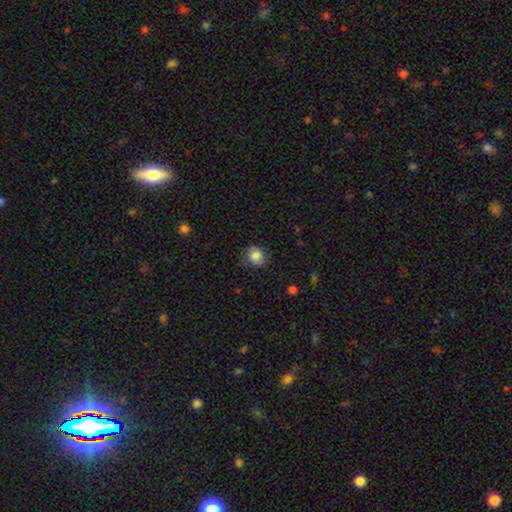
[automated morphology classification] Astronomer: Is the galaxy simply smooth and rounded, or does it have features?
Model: smooth — 83%.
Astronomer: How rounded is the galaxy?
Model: round — 77%.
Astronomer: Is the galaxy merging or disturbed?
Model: none — 73%.